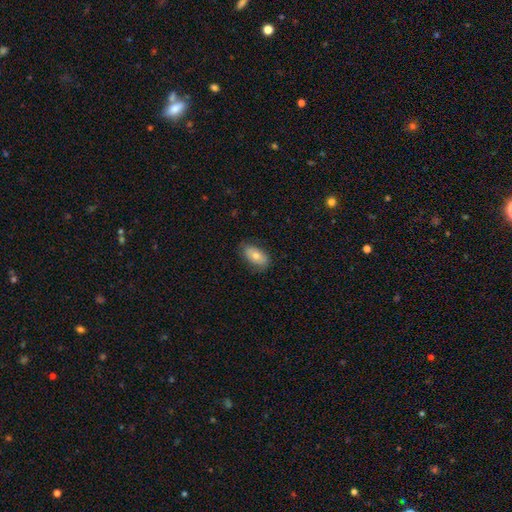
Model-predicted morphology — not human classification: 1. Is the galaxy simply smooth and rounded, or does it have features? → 71% smooth, 22% featured or disk, 7% star or artifact.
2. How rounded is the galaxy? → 92% in between, 5% round, 3% cigar-shaped.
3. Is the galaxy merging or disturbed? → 78% none, 17% minor disturbance, 3% major disturbance, 1% merger.